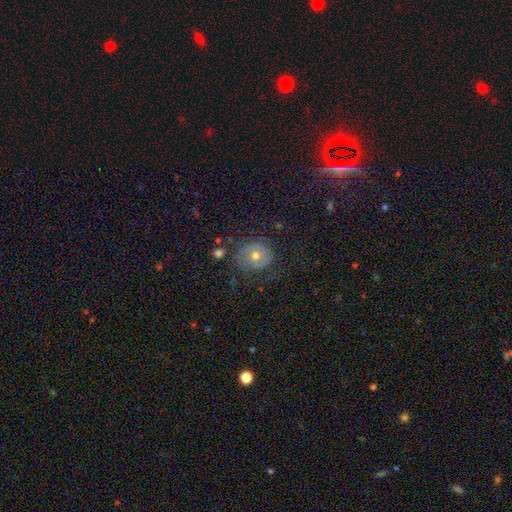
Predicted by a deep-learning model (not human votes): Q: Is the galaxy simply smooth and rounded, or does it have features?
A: smooth — 52%.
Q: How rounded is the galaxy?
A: round — 77%.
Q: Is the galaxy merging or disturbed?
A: none — 65%.